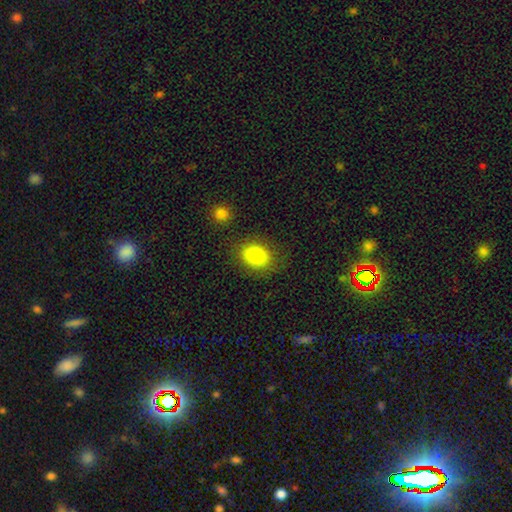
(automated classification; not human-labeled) This is clearly a smooth galaxy (82%). How rounded: likely in between (60%). Merging: likely none (79%).